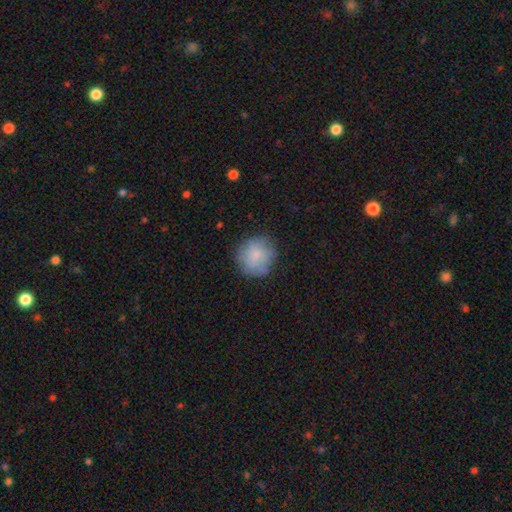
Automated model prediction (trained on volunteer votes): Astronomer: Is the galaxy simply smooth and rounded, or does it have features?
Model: smooth — 78%.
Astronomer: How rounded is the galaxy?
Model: round — 90%.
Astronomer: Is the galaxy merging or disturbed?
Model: none — 75%.